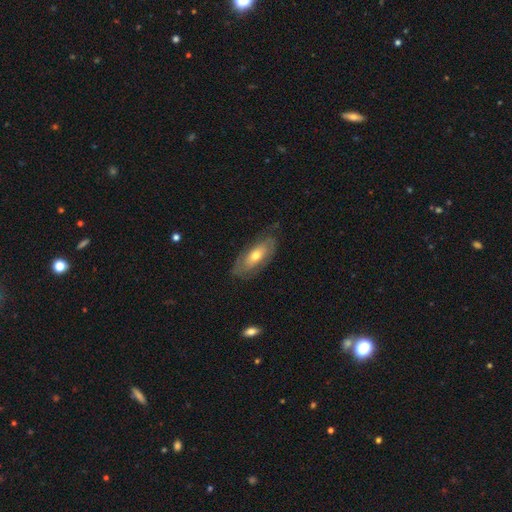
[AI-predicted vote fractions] smooth 49%, featured or disk 45%, star or artifact 6%. Down the decision tree: merging — none (75%).